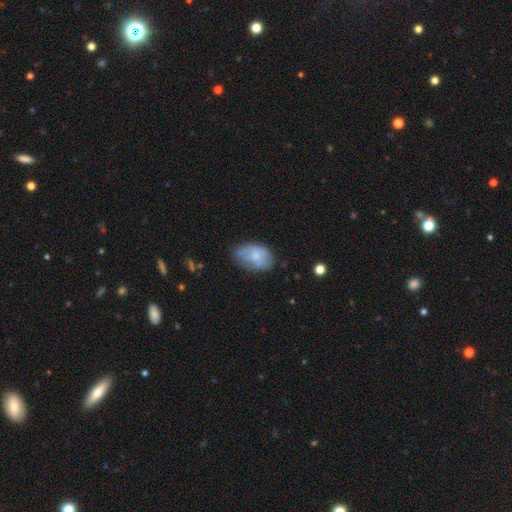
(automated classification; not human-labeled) smooth 62%, featured or disk 31%, star or artifact 7%. Down the decision tree: how rounded — in between (89%); merging — none (55%).